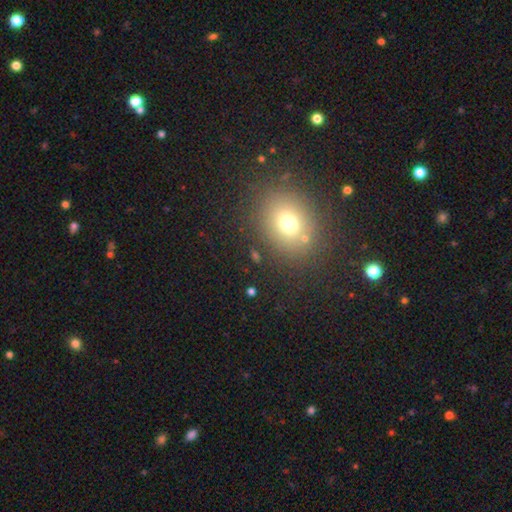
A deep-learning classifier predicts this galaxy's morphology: This is likely a smooth galaxy (67%). How rounded: likely round (61%). Merging: clearly none (82%).